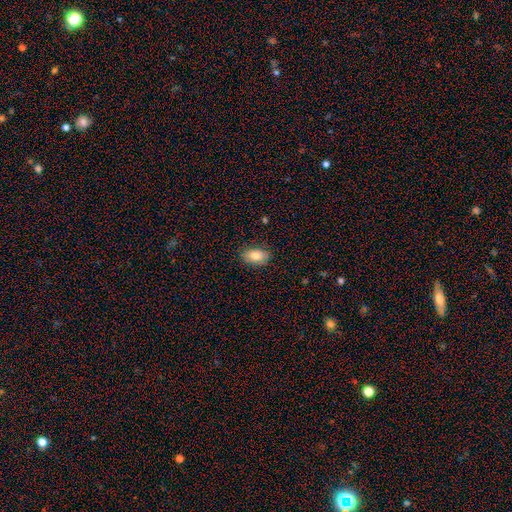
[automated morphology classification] A smooth galaxy with no disk features (81%) that is in between round and cigar-shaped (91%). Merging: none (85%).